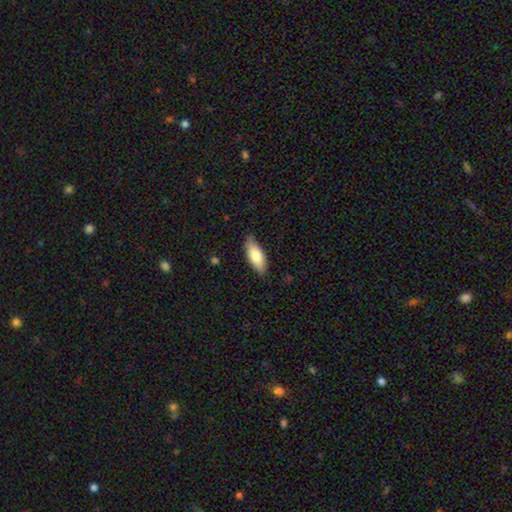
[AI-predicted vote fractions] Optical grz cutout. It shows a smooth galaxy with no disk features (79%) that is in between round and cigar-shaped (79%). Merging: none (85%).